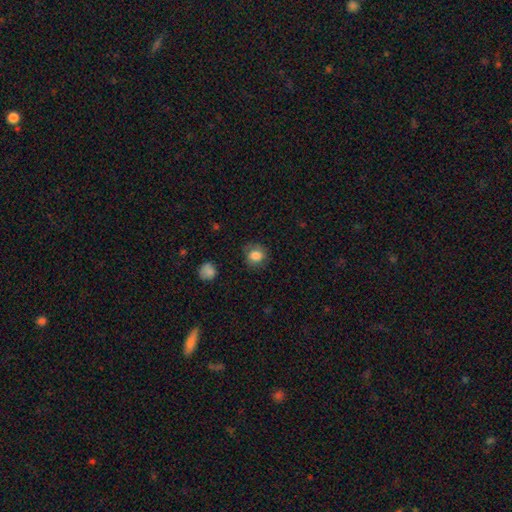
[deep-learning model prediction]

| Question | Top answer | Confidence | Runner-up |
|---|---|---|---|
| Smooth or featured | smooth | 83% | star or artifact (9%) |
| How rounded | round | 79% | in between (20%) |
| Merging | none | 73% | minor disturbance (19%) |